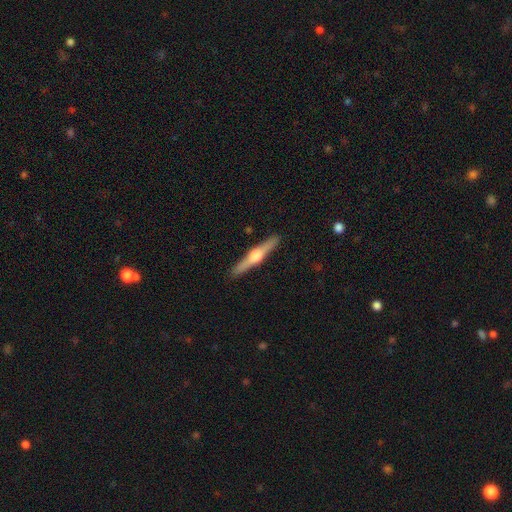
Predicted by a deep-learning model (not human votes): smooth_or_featured: featured or disk (p=0.74) [alt: smooth p=0.21]
disk_edge_on: yes (p=0.98) [alt: no p=0.02]
edge_on_bulge: rounded (p=0.94) [alt: boxy p=0.04]
merging: none (p=0.92) [alt: minor disturbance p=0.06]